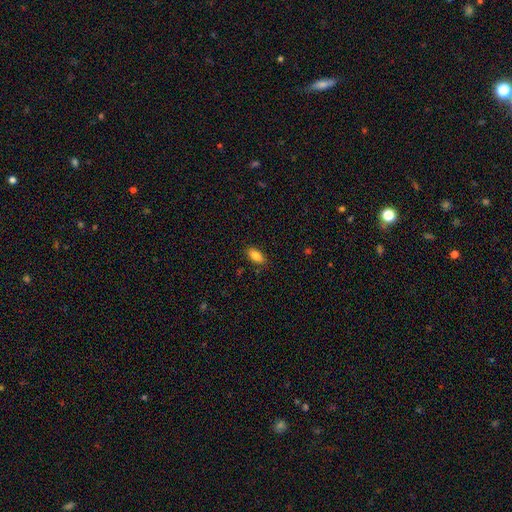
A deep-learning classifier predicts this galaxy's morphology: Smooth or featured? Predicted: smooth (p=0.85). How rounded? Predicted: in between (p=0.89). Merging? Predicted: none (p=0.85).